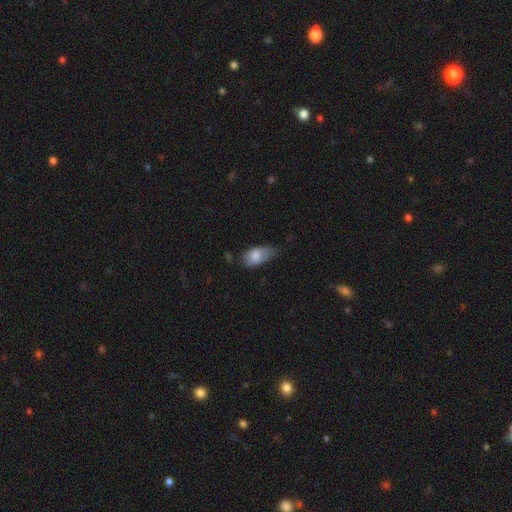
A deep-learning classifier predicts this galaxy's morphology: A smooth galaxy with no disk features (79%) that is in between round and cigar-shaped (90%).

Vote fractions:
- Smooth or featured? smooth: 79% / featured or disk: 13% / star or artifact: 7%
- How rounded? in between: 90% / cigar-shaped: 5% / round: 5%
- Merging? minor disturbance: 44% / none: 38% / major disturbance: 16% / merger: 3%